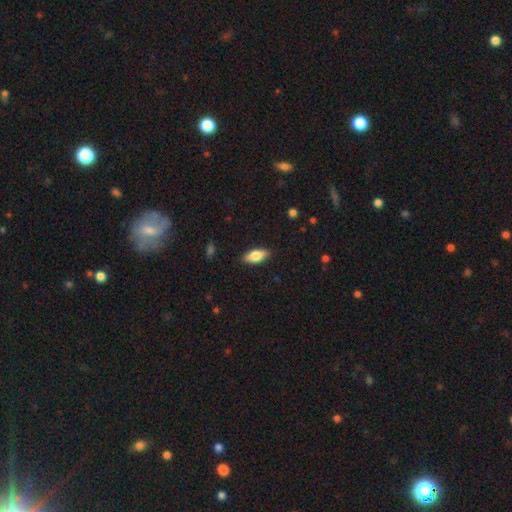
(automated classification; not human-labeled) The model was most divided on "smooth or featured": smooth: 78%, featured or disk: 15%, star or artifact: 6%. More confident: merging — none (89%); how rounded — in between (83%).